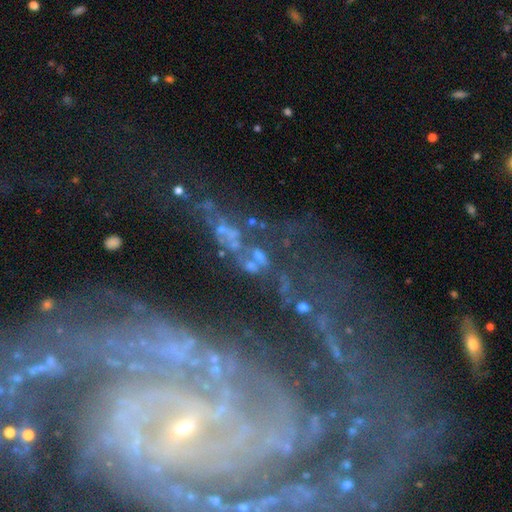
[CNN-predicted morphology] A featured or disk galaxy (52%).

Vote fractions:
- Smooth or featured? featured or disk: 52% / star or artifact: 32% / smooth: 15%
- Edge-on disk? no: 86% / yes: 14%
- Merging? none: 47% / major disturbance: 25% / minor disturbance: 18% / merger: 10%